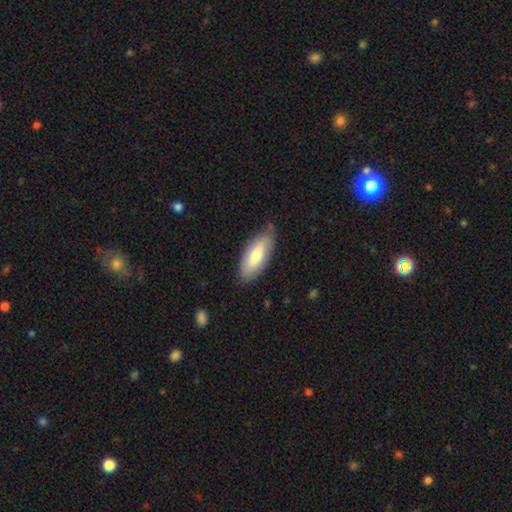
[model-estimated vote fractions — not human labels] Morphology: type=smooth (74%); roundness=in between (81%); merging=none (77%).